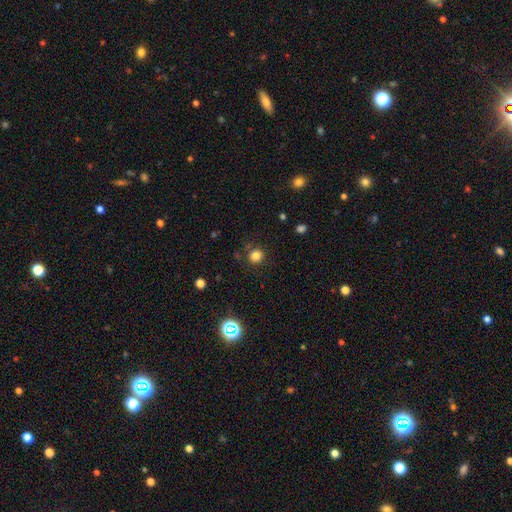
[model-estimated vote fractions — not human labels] A smooth galaxy with no disk features (80%) that is round (92%).

Vote fractions:
- Smooth or featured? smooth: 80% / star or artifact: 15% / featured or disk: 5%
- How rounded? round: 92% / in between: 7% / cigar-shaped: 1%
- Merging? none: 85% / minor disturbance: 9% / major disturbance: 3% / merger: 3%